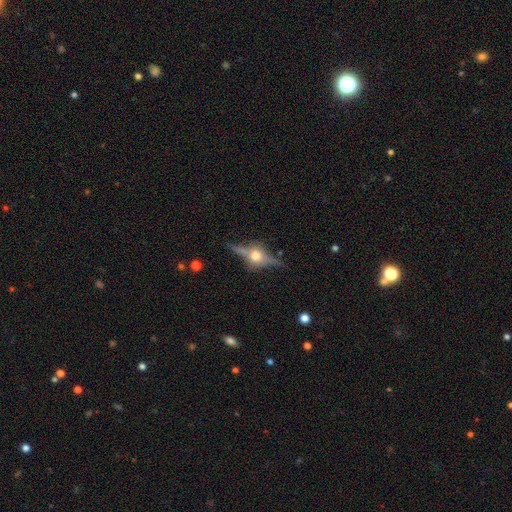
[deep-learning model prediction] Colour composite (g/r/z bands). It shows a featured or disk galaxy (79%) viewed edge-on (94%) with a rounded central bulge (96%). Merging: none (79%).